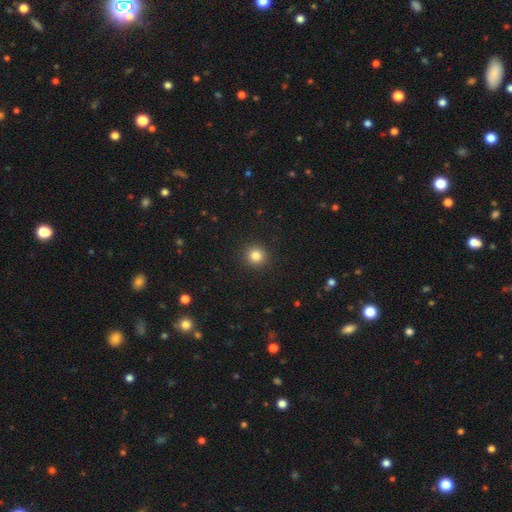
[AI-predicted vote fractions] Morphology: type=smooth (83%); roundness=round (93%); merging=none (92%).